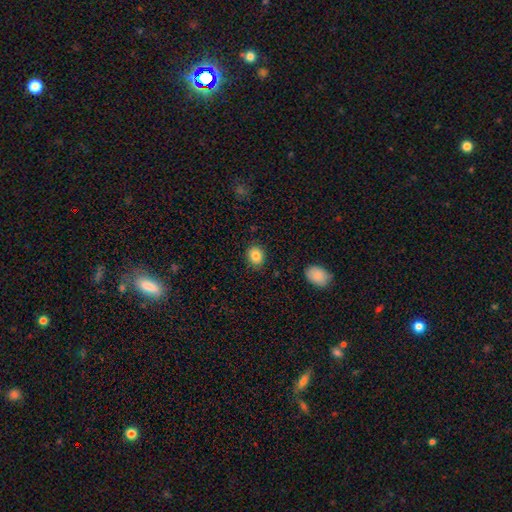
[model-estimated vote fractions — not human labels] Q: Smooth or featured?
A: smooth (84%); runner-up: star or artifact (9%)
Q: How rounded?
A: round (59%); runner-up: in between (40%)
Q: Merging?
A: none (86%); runner-up: minor disturbance (10%)